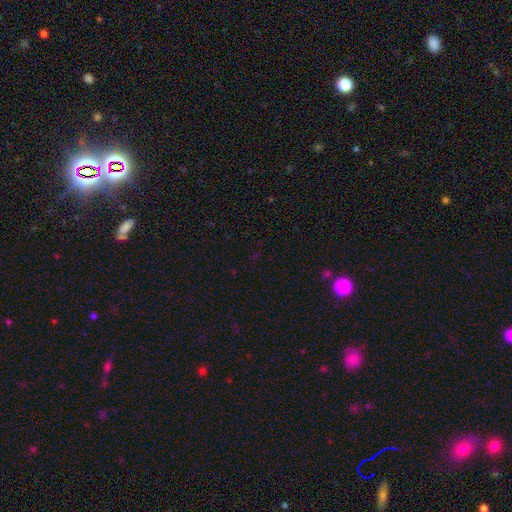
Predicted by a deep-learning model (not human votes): Smooth or featured?
  - star or artifact: 70% *
  - smooth: 22%
  - featured or disk: 8%